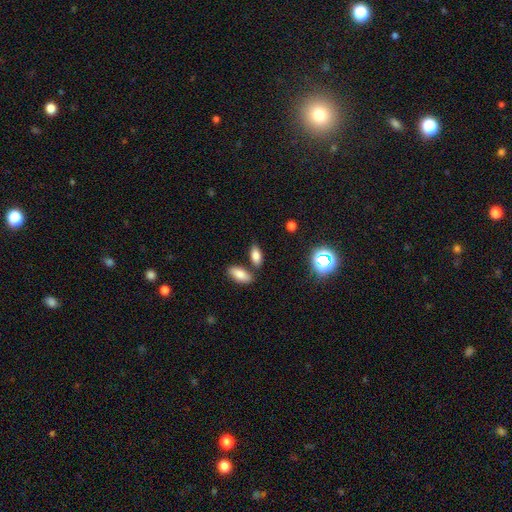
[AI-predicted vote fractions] Smooth or featured?
  - smooth: 80% *
  - star or artifact: 11%
  - featured or disk: 9%
How rounded?
  - in between: 83% *
  - cigar-shaped: 11%
  - round: 5%
Merging?
  - none: 71% *
  - merger: 16%
  - minor disturbance: 10%
  - major disturbance: 3%